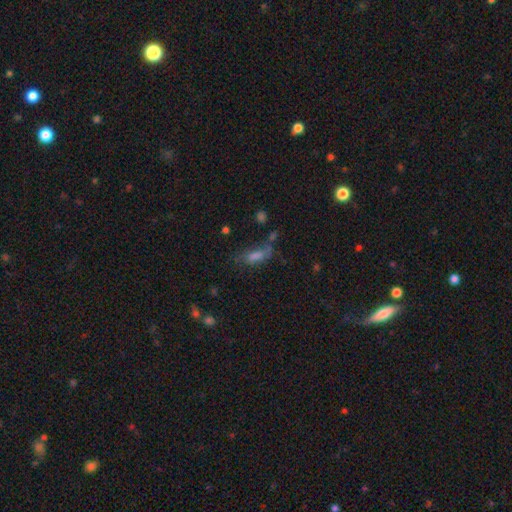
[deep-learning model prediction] Morphology: type=smooth (55%); roundness=in between (64%); merging=none (44%).